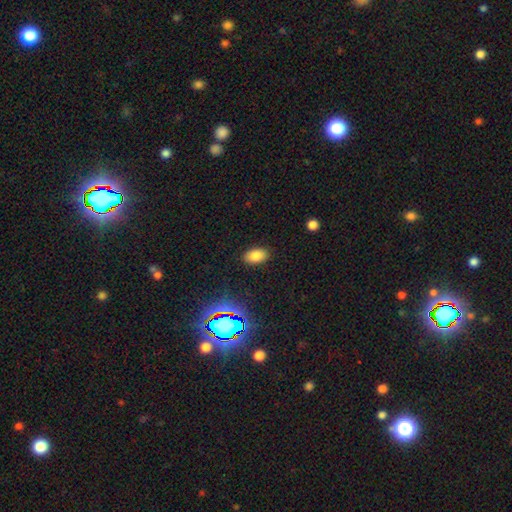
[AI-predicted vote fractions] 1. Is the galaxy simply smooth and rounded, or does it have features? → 81% smooth, 13% star or artifact, 6% featured or disk.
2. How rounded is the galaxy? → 91% in between, 7% round, 2% cigar-shaped.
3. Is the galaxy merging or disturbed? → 88% none, 8% minor disturbance, 3% major disturbance, 1% merger.